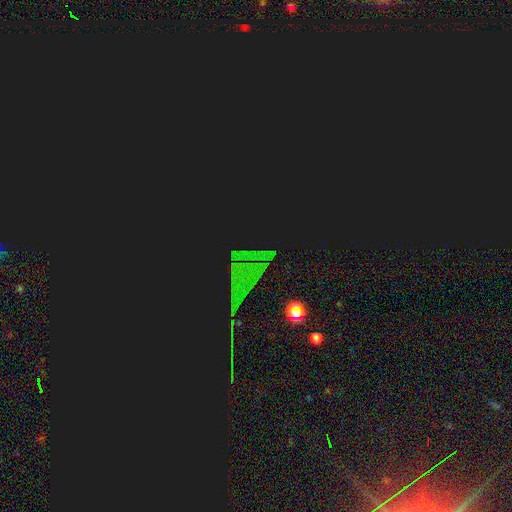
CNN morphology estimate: The model was most divided on "smooth or featured": star or artifact: 81%, smooth: 11%, featured or disk: 8%.